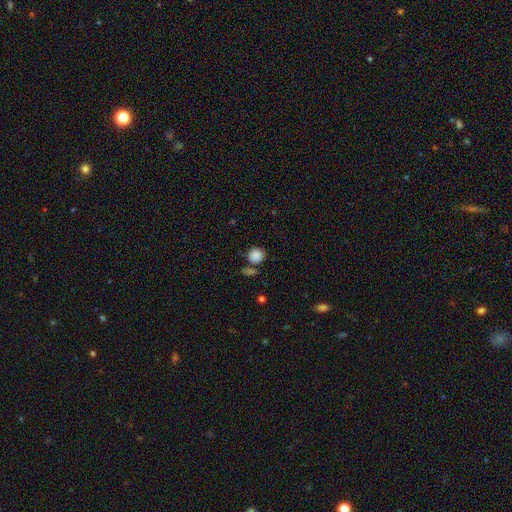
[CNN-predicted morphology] Smooth or featured? Predicted: smooth (p=0.86). How rounded? Predicted: round (p=0.90). Merging? Predicted: none (p=0.71).